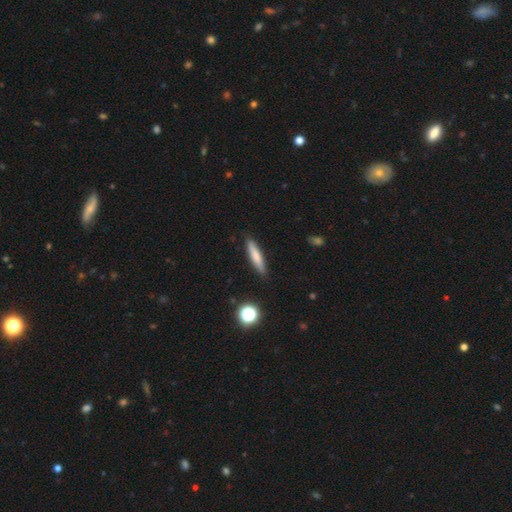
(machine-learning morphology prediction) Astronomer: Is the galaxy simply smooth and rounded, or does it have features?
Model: smooth — 74%.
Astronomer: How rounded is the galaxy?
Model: cigar-shaped — 87%.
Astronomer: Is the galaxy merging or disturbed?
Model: none — 88%.